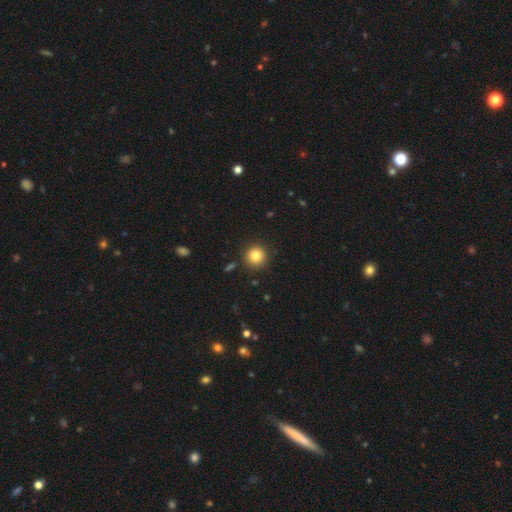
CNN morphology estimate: Smooth or featured: smooth — 84% (star or artifact — 11%)
How rounded: round — 94% (in between — 5%)
Merging: none — 90% (minor disturbance — 6%)